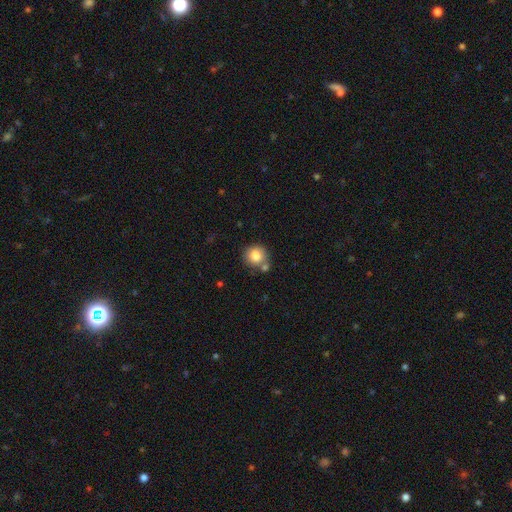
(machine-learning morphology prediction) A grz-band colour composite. It shows a smooth galaxy with no disk features (83%) that is round (86%). Merging: none (63%).